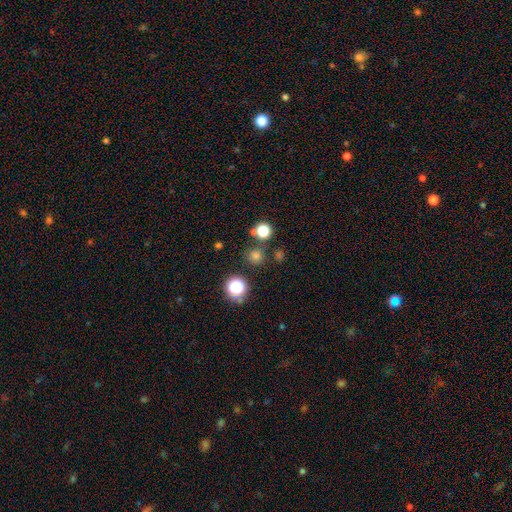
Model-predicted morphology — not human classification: Q: Smooth or featured?
A: smooth (71%); runner-up: star or artifact (24%)
Q: How rounded?
A: round (93%); runner-up: in between (6%)
Q: Merging?
A: none (79%); runner-up: merger (9%)